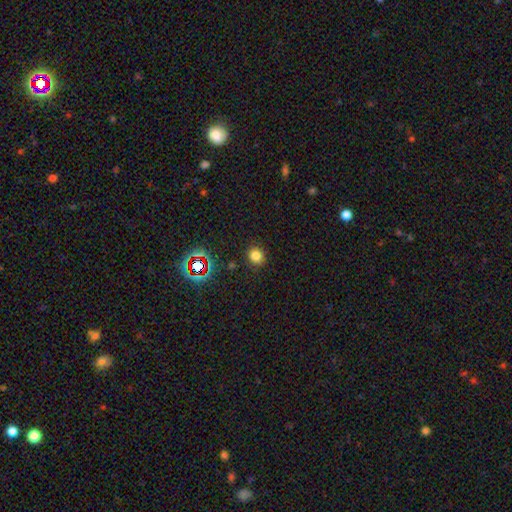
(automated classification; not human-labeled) smooth-or-featured: smooth: 76% | star or artifact: 18% | featured or disk: 6%
  how-rounded: round: 81% | in between: 18% | cigar-shaped: 1%
  merging: none: 88% | minor disturbance: 8% | major disturbance: 3% | merger: 1%